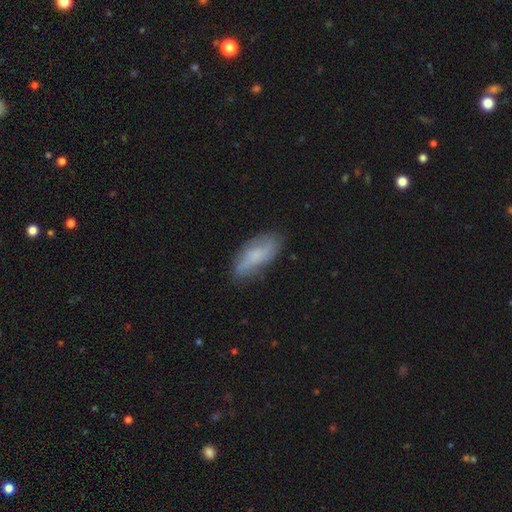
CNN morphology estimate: smooth-or-featured: smooth: 59% | featured or disk: 34% | star or artifact: 8%
  how-rounded: in between: 80% | cigar-shaped: 18% | round: 2%
  merging: none: 67% | minor disturbance: 24% | major disturbance: 7% | merger: 2%